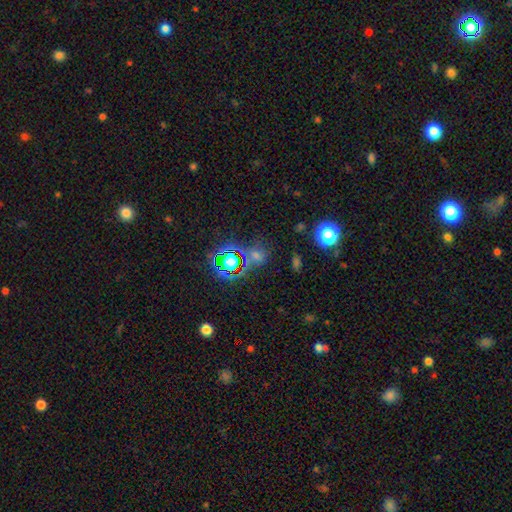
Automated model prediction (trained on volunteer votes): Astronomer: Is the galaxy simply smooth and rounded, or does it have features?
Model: star or artifact — 54% (runner-up: smooth, 37%).